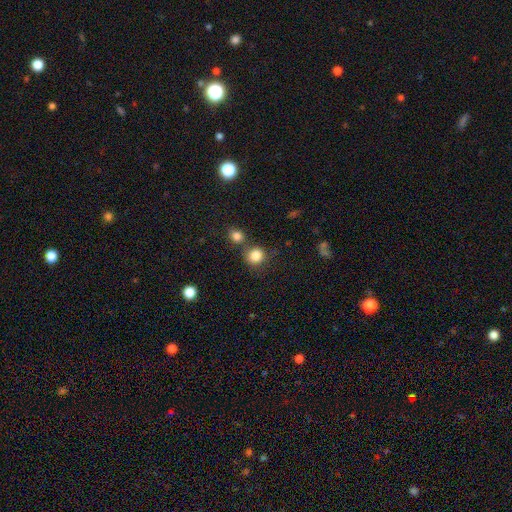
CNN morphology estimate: smooth-or-featured: smooth: 84% | star or artifact: 11% | featured or disk: 5%
  how-rounded: round: 85% | in between: 14% | cigar-shaped: 1%
  merging: none: 66% | merger: 20% | minor disturbance: 10% | major disturbance: 4%